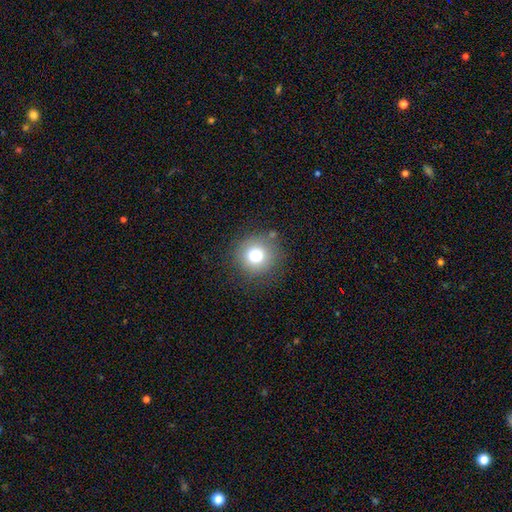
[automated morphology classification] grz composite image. It shows a smooth galaxy with no disk features (79%) that is round (93%). Merging: none (81%).